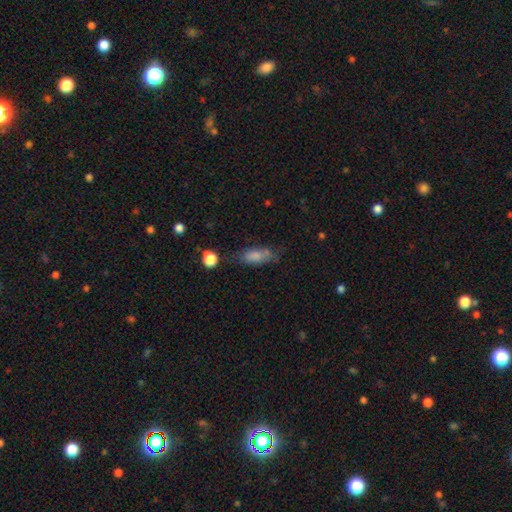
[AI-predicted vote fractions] Overall: smooth (76%). How rounded: in between (75%). Merging: none (53%; minor disturbance 27%).